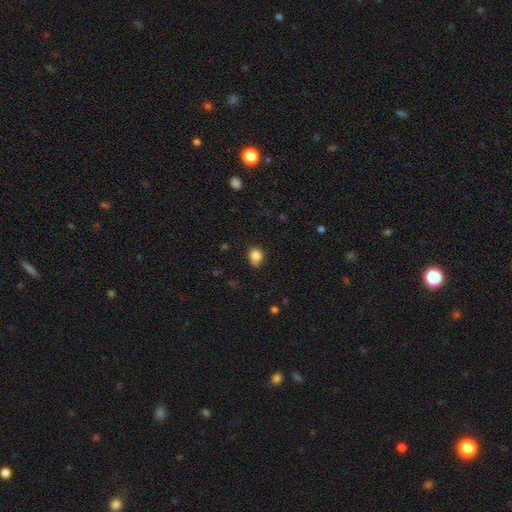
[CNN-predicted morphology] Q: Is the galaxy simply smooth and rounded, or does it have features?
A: smooth — 82%.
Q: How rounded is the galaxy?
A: round — 57%.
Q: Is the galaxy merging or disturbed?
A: none — 60%.